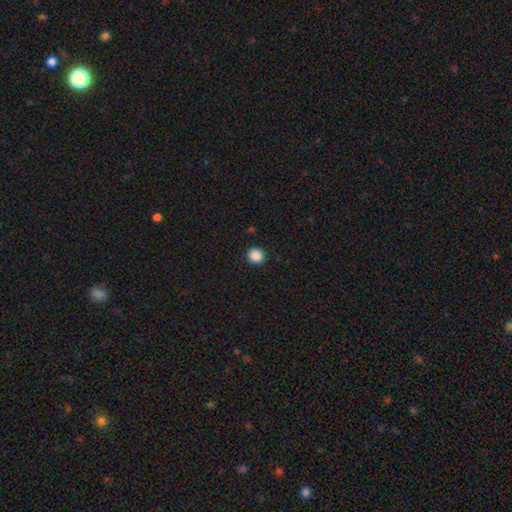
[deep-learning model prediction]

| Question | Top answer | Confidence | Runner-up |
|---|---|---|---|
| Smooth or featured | smooth | 89% | star or artifact (9%) |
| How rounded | round | 88% | in between (11%) |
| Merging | none | 92% | minor disturbance (5%) |